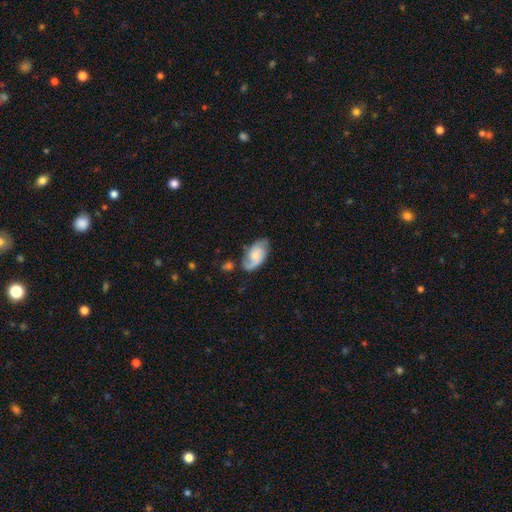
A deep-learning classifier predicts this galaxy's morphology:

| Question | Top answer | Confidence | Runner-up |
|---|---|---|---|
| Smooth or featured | featured or disk | 65% | smooth (28%) |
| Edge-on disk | no | 96% | yes (4%) |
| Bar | no | 61% | weak (33%) |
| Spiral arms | yes | 92% | no (8%) |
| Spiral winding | medium | 44% | tight (28%) |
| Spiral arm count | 2 | 67% | 1 (18%) |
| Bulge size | small | 33% | none (31%) |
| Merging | none | 61% | minor disturbance (23%) |